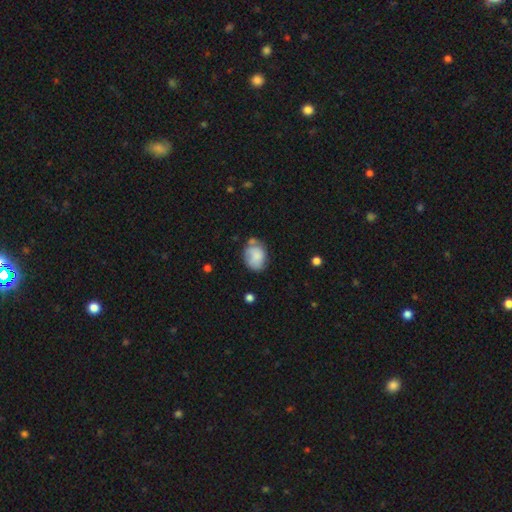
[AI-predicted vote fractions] Smooth or featured?
  - smooth: 77% *
  - featured or disk: 15%
  - star or artifact: 8%
How rounded?
  - in between: 64% *
  - round: 35%
  - cigar-shaped: 1%
Merging?
  - none: 50% *
  - minor disturbance: 29%
  - merger: 11%
  - major disturbance: 10%